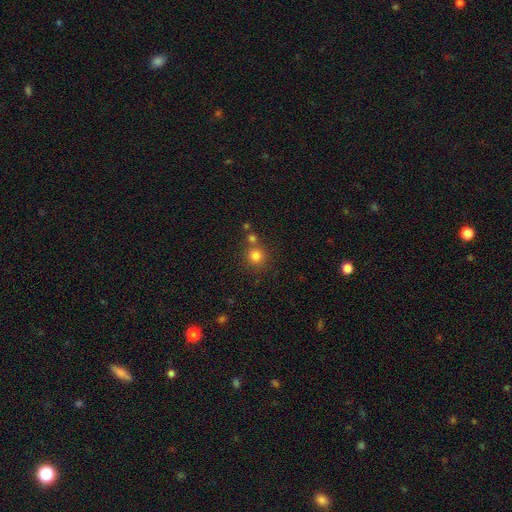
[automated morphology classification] Smooth or featured? Predicted: smooth (p=0.80). How rounded? Predicted: round (p=0.90). Merging? Predicted: none (p=0.68).